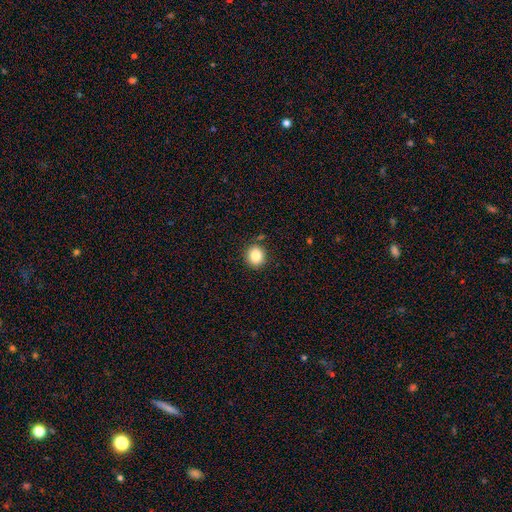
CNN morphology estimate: Smooth or featured? smooth (85%)
How rounded? round (84%)
Merging? none (87%)